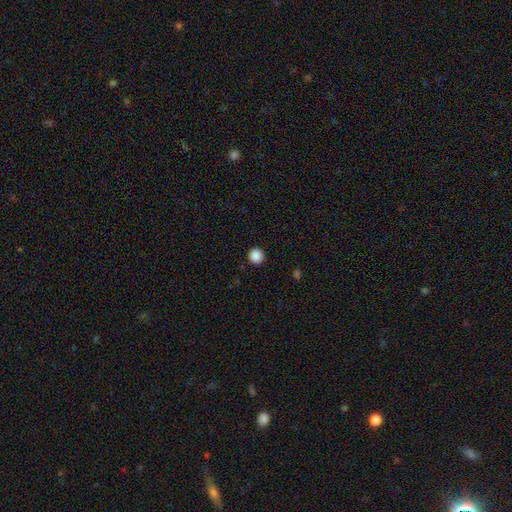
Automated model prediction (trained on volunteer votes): This is clearly a smooth galaxy (88%). How rounded: clearly round (94%). Merging: clearly none (92%).